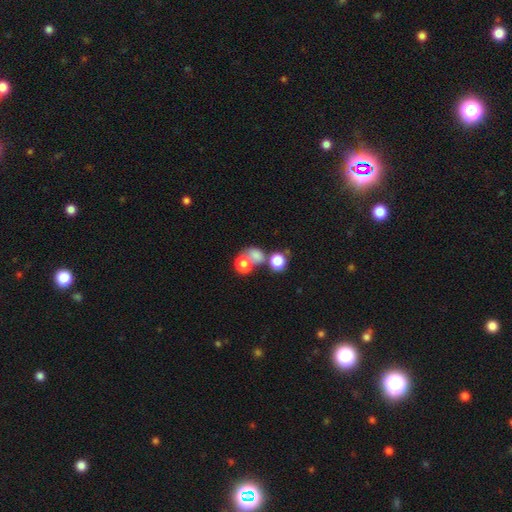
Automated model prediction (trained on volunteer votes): A smooth galaxy with no disk features (73%) that is round (60%). Merging: merger (45%).